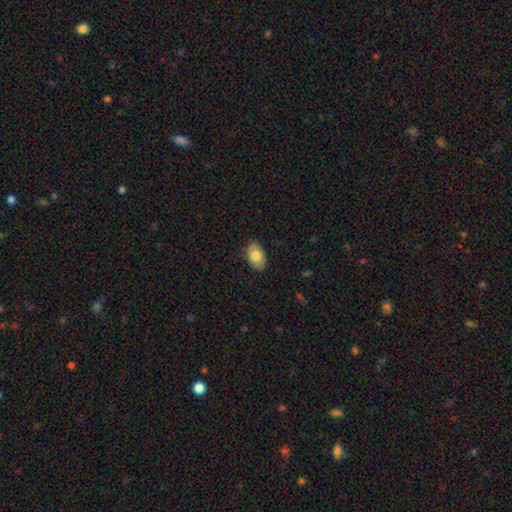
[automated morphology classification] A smooth galaxy with no disk features (80%) that is in between round and cigar-shaped (90%). Merging: none (84%).